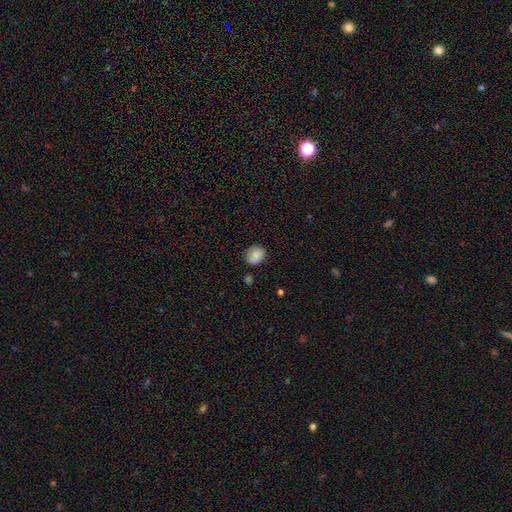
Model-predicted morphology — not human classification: Smooth or featured? Predicted: smooth (p=0.84). How rounded? Predicted: round (p=0.70). Merging? Predicted: none (p=0.76).